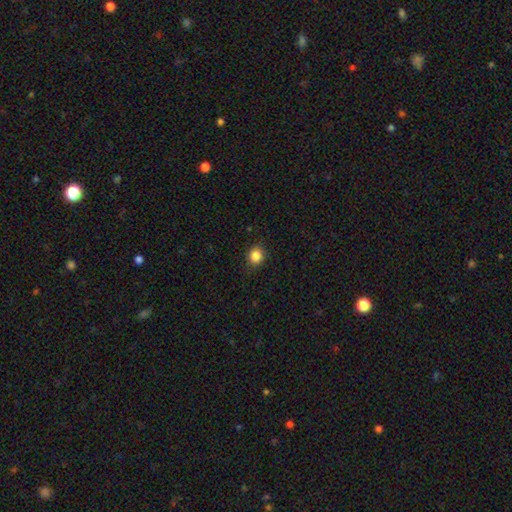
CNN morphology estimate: smooth_or_featured: smooth (p=0.85) [alt: star or artifact p=0.11]
how_rounded: round (p=0.77) [alt: in between p=0.22]
merging: none (p=0.88) [alt: minor disturbance p=0.09]